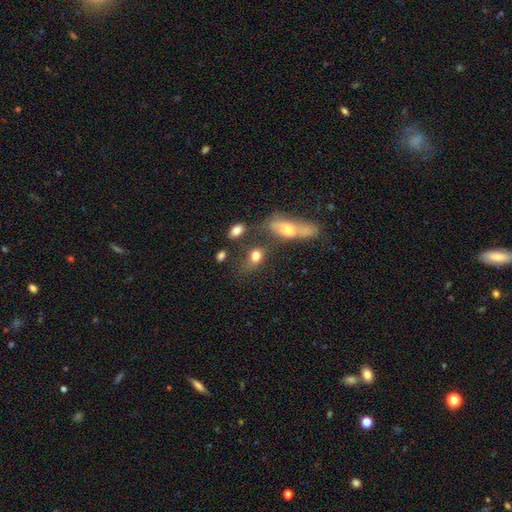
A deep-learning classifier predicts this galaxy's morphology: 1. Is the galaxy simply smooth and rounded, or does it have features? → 77% smooth, 13% featured or disk, 10% star or artifact.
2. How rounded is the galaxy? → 69% in between, 26% round, 5% cigar-shaped.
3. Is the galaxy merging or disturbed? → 46% none, 26% merger, 17% minor disturbance, 10% major disturbance.